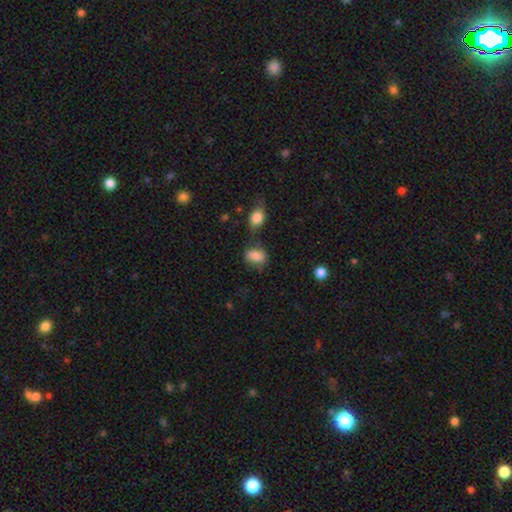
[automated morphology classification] A smooth galaxy with no disk features (76%) that is in between round and cigar-shaped (70%). Merging: none (57%).